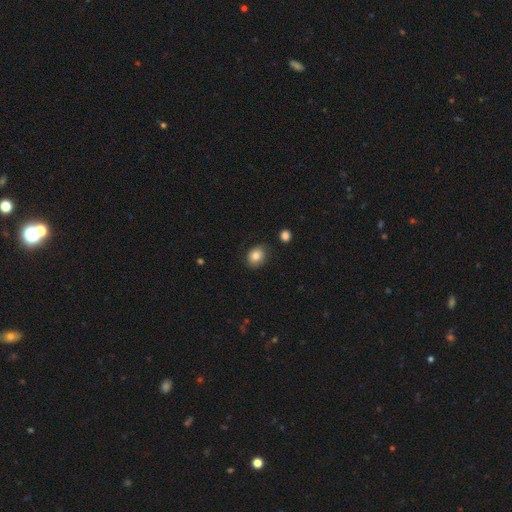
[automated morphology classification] A smooth galaxy with no disk features (80%) that is round (54%).

Vote fractions:
- Smooth or featured? smooth: 80% / featured or disk: 10% / star or artifact: 9%
- How rounded? round: 54% / in between: 45% / cigar-shaped: 1%
- Merging? none: 82% / minor disturbance: 13% / major disturbance: 3% / merger: 2%